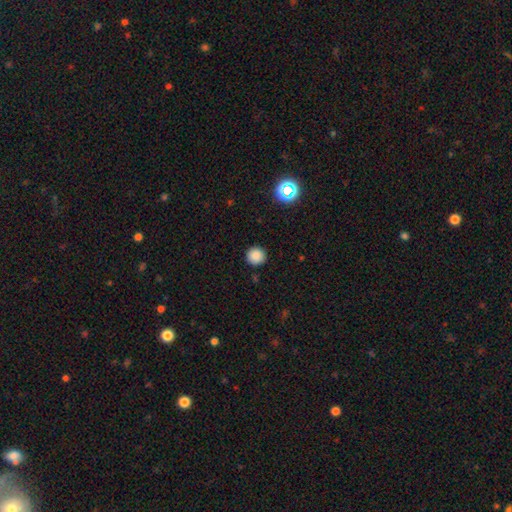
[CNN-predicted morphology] Smooth or featured? Predicted: smooth (p=0.85). How rounded? Predicted: round (p=0.95). Merging? Predicted: none (p=0.91).